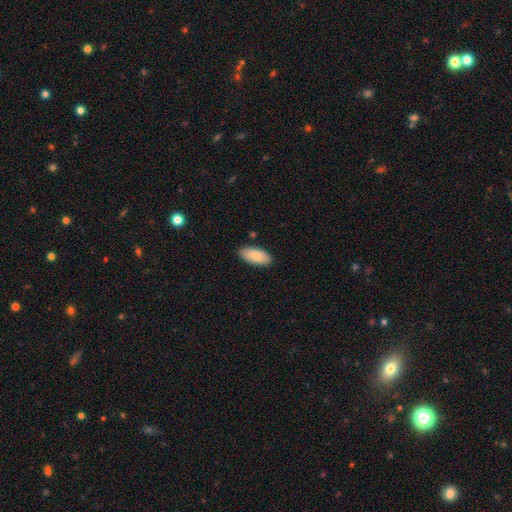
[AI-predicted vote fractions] Q: Smooth or featured?
A: smooth (85%); runner-up: featured or disk (9%)
Q: How rounded?
A: in between (92%); runner-up: cigar-shaped (6%)
Q: Merging?
A: none (86%); runner-up: minor disturbance (11%)